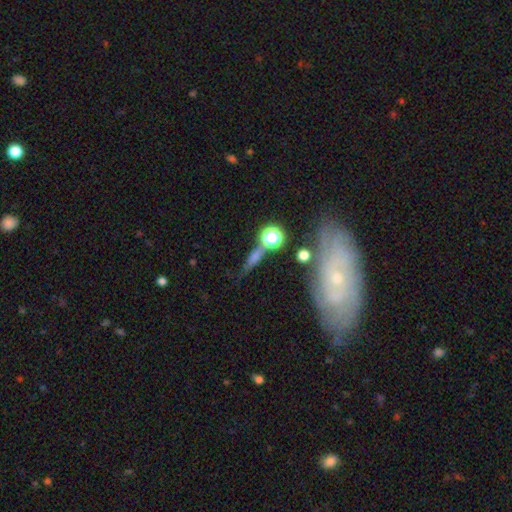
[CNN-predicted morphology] This is marginally a featured or disk galaxy (41%). Merging: likely none (62%).